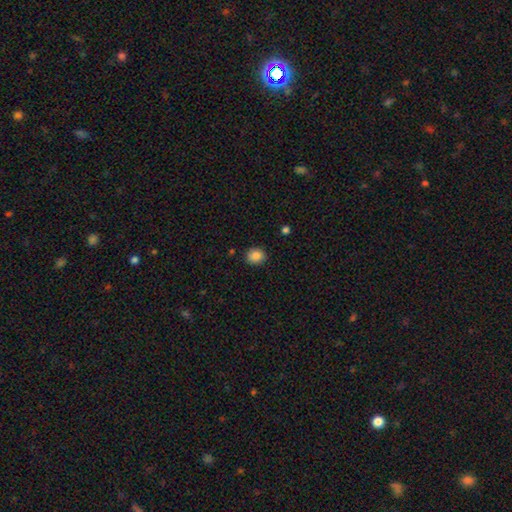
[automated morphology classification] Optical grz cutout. It shows a smooth galaxy with no disk features (87%) that is round (71%). Merging: none (87%).